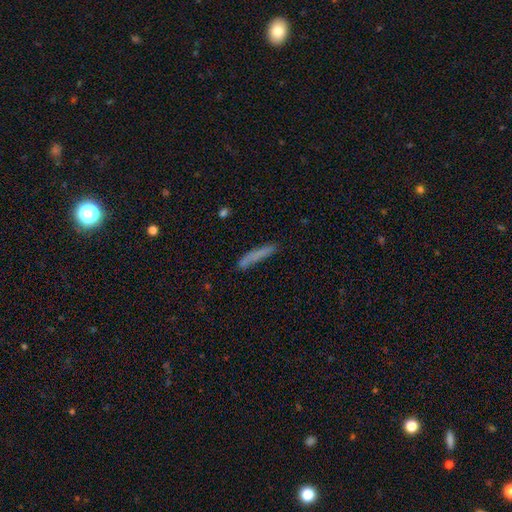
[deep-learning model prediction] Smooth or featured: smooth — 73% (featured or disk — 18%)
How rounded: cigar-shaped — 93% (in between — 5%)
Merging: none — 77% (minor disturbance — 16%)